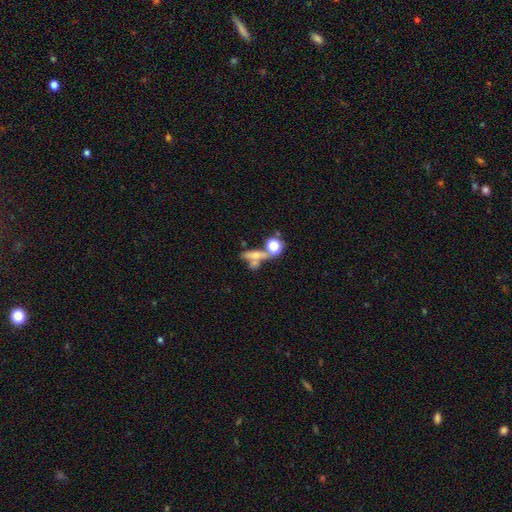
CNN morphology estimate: Overall: smooth (50%; featured or disk 33%). Merging: merger (39%; none 38%).